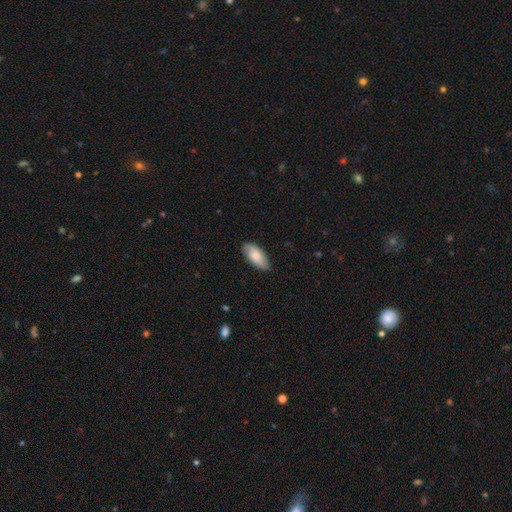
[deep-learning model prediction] Smooth or featured? smooth (76%)
How rounded? in between (90%)
Merging? none (82%)